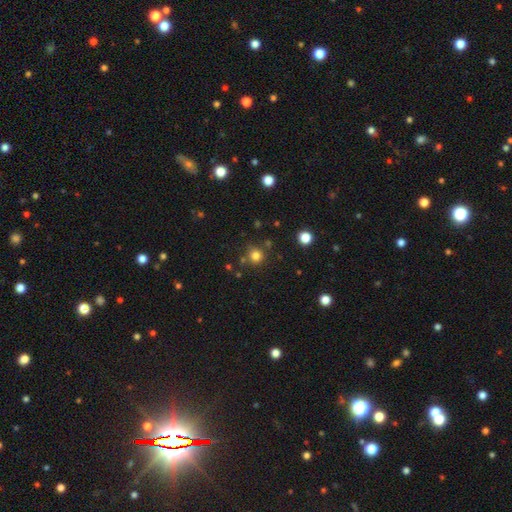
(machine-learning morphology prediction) This appears to be a smooth galaxy with no disk features (79%) that is round (92%). Merging: none (79%).